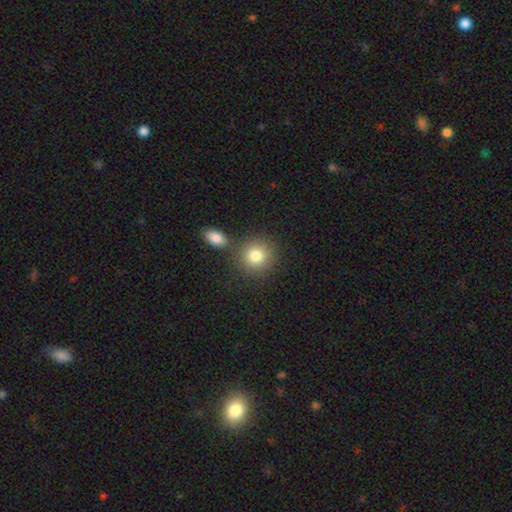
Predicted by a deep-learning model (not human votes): Smooth or featured? Predicted: smooth (p=0.82). How rounded? Predicted: round (p=0.86). Merging? Predicted: none (p=0.73).